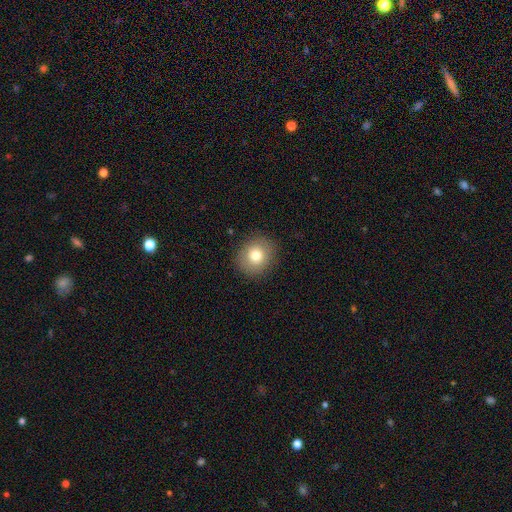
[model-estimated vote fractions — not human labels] smooth_or_featured: smooth (p=0.78) [alt: featured or disk p=0.12]
how_rounded: round (p=0.79) [alt: in between p=0.20]
merging: none (p=0.88) [alt: minor disturbance p=0.08]